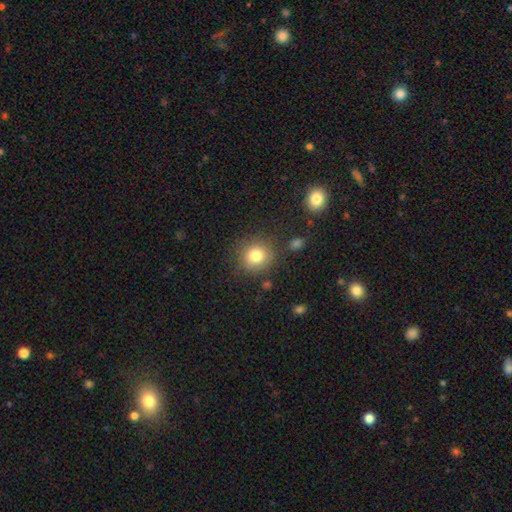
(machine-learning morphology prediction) Smooth or featured? smooth (81%)
How rounded? round (89%)
Merging? none (83%)